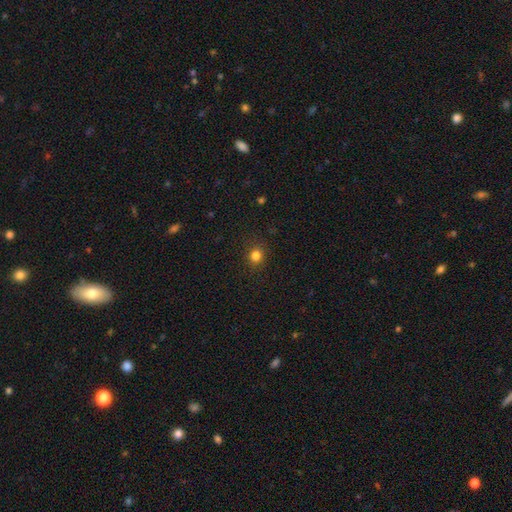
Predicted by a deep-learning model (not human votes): A smooth galaxy with no disk features (82%) that is round (85%). Merging: none (89%).